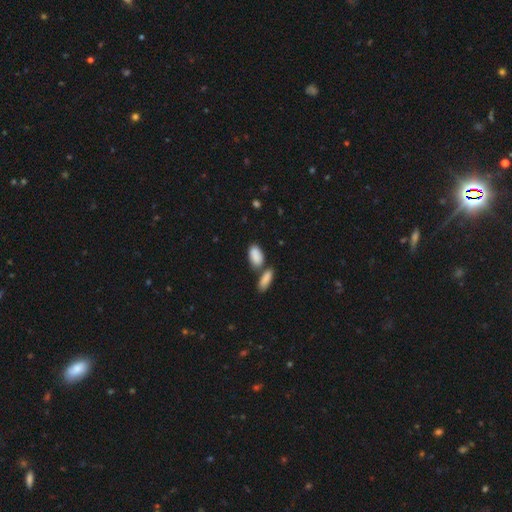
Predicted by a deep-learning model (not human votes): smooth_or_featured: smooth (p=0.86) [alt: featured or disk p=0.08]
how_rounded: in between (p=0.91) [alt: round p=0.04]
merging: none (p=0.45) [alt: merger p=0.38]